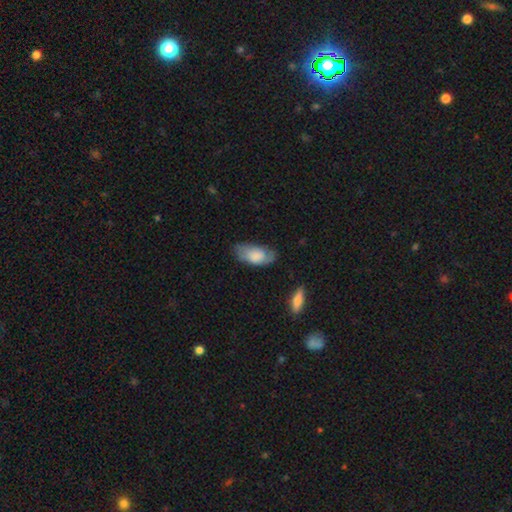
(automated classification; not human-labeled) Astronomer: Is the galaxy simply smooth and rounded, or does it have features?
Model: smooth — 72%.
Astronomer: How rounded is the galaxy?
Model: in between — 93%.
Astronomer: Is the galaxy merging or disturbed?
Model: none — 59%.